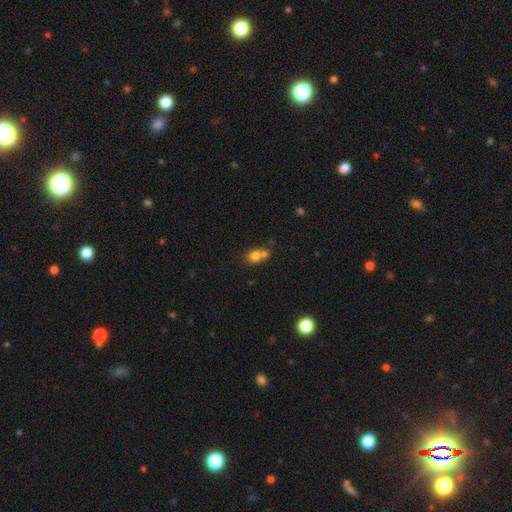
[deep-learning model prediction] This appears to be a smooth galaxy with no disk features (74%) that is round (66%). Merging: merger (51%).